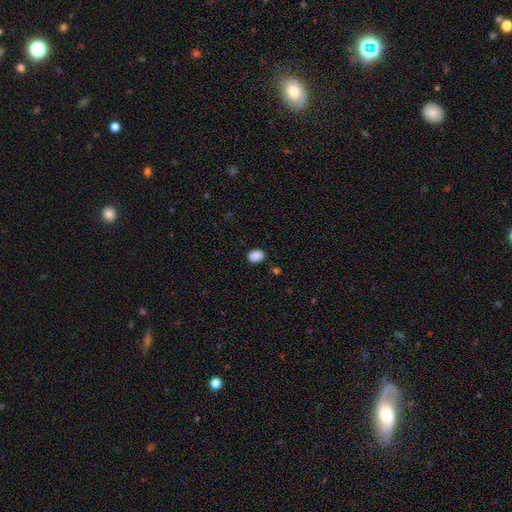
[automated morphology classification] This appears to be a smooth galaxy with no disk features (88%) that is in between round and cigar-shaped (73%). Merging: none (82%).